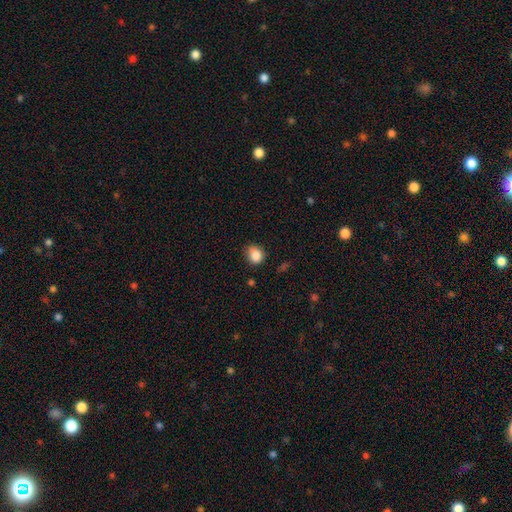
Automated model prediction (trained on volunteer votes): Smooth or featured: smooth — 85% (star or artifact — 10%)
How rounded: round — 61% (in between — 38%)
Merging: none — 70% (minor disturbance — 24%)